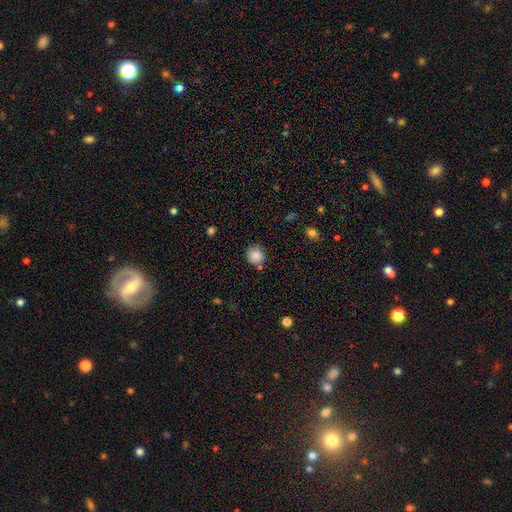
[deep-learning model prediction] Smooth or featured? Predicted: smooth (p=0.86). How rounded? Predicted: round (p=0.89). Merging? Predicted: none (p=0.78).